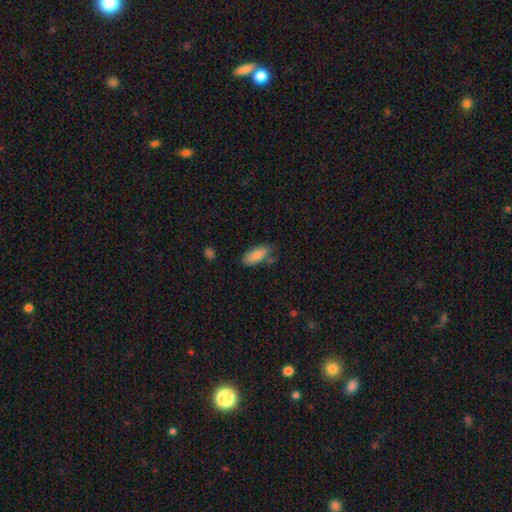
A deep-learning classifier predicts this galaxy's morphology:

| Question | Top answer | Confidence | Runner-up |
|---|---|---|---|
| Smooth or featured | smooth | 84% | featured or disk (9%) |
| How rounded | in between | 85% | cigar-shaped (13%) |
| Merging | none | 67% | minor disturbance (23%) |